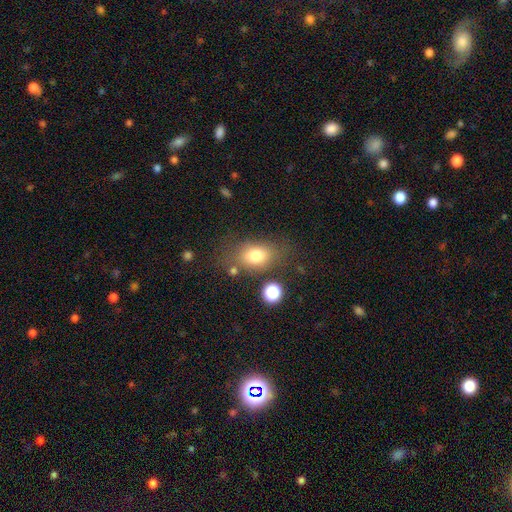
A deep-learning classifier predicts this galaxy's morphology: This is likely a smooth galaxy (76%). How rounded: likely in between (73%). Merging: likely none (66%).